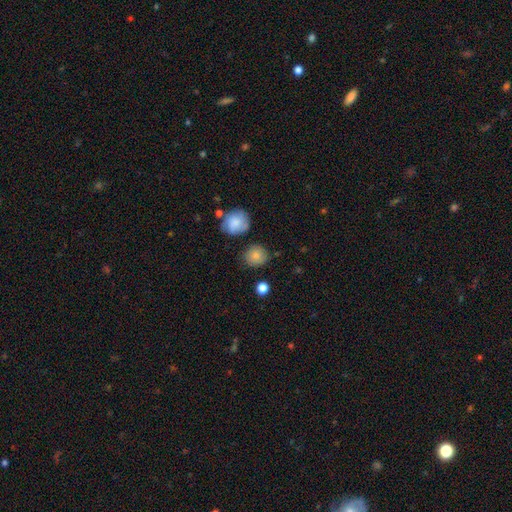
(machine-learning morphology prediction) Overall: smooth (83%). How rounded: round (83%). Merging: none (77%).